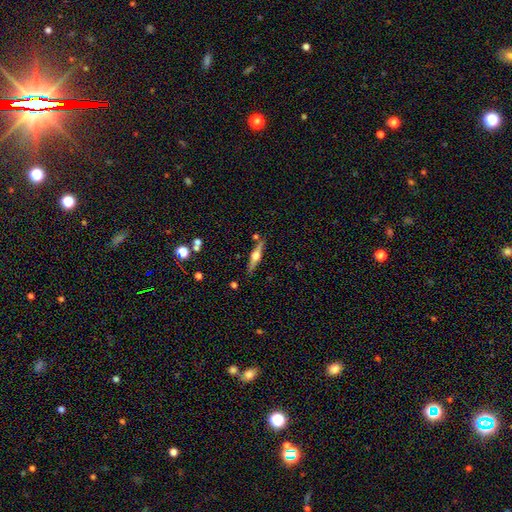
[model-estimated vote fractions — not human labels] Smooth or featured? featured or disk (72%)
Edge-on disk? yes (97%)
Edge-on bulge? rounded (94%)
Merging? none (83%)